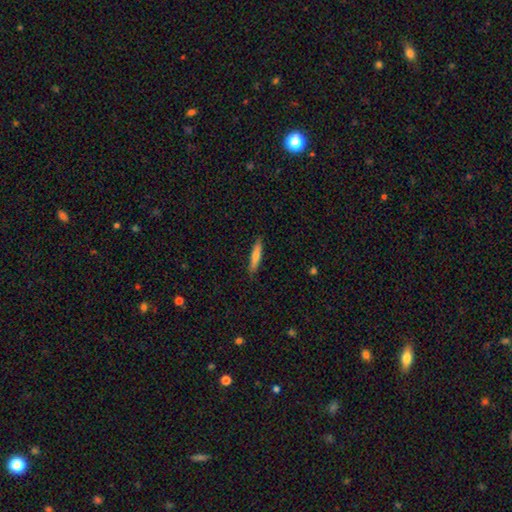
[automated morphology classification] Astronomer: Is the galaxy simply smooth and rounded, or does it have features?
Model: smooth — 60%.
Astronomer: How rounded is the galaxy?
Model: cigar-shaped — 88%.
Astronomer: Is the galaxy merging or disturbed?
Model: none — 89%.